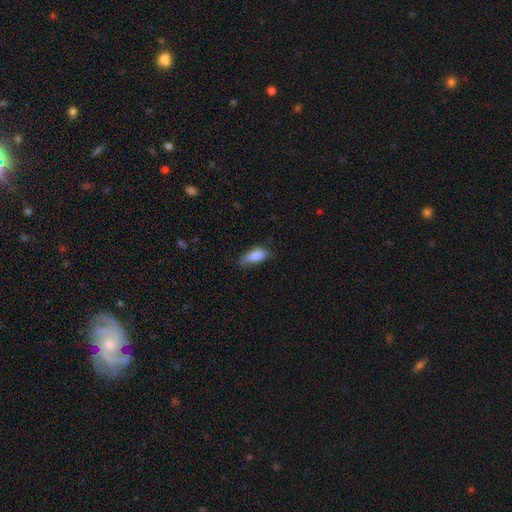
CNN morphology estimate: Smooth or featured: smooth — 82% (featured or disk — 10%)
How rounded: in between — 75% (cigar-shaped — 22%)
Merging: none — 49% (minor disturbance — 37%)